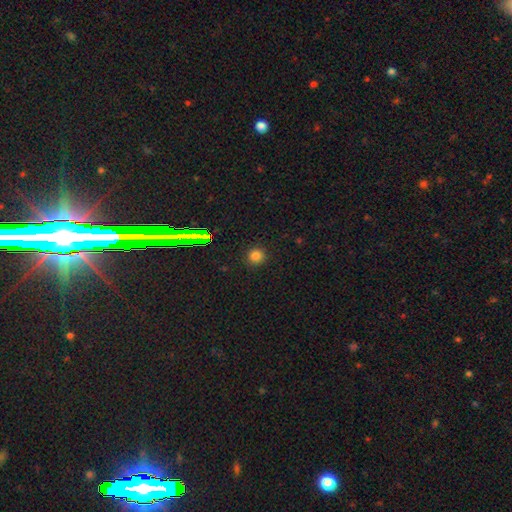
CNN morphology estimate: Smooth or featured: smooth — 78% (star or artifact — 17%)
How rounded: round — 94% (in between — 5%)
Merging: none — 91% (minor disturbance — 6%)